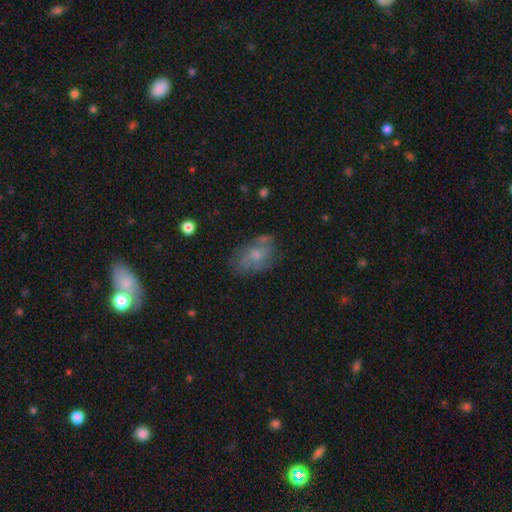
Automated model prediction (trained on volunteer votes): Overall: smooth (48%; featured or disk 42%). Merging: none (56%; minor disturbance 26%).